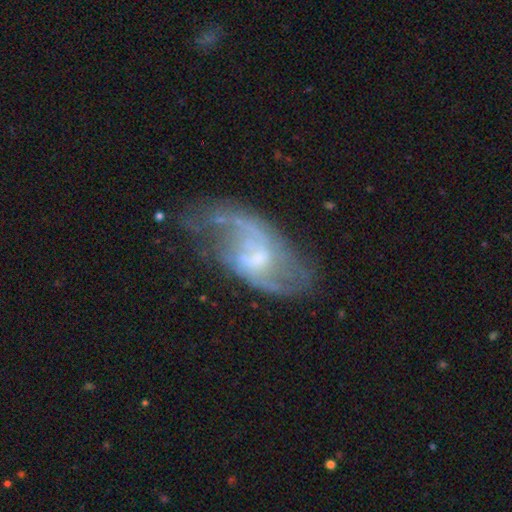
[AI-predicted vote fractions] Overall: featured or disk (82%). Edge-on disk: no (95%). Bar: weak (52%; no 38%). Spiral arms: yes (90%). Spiral arm count: 2 (63%). Spiral winding: loose (52%; medium 37%). Bulge size: small (46%; moderate 34%). Merging: none (49%; major disturbance 24%).